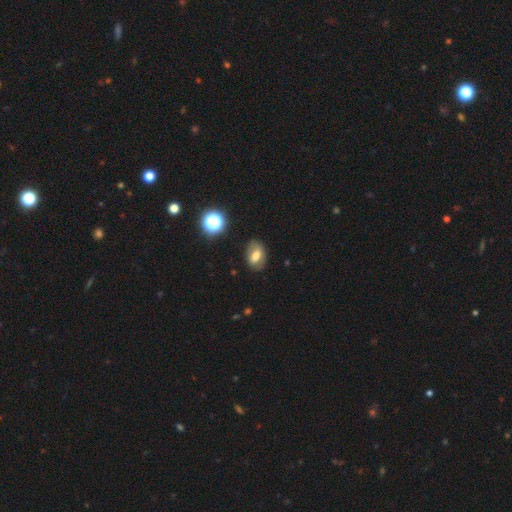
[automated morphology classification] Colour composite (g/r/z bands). It shows a smooth galaxy with no disk features (63%) that is in between round and cigar-shaped (83%). Merging: none (77%).